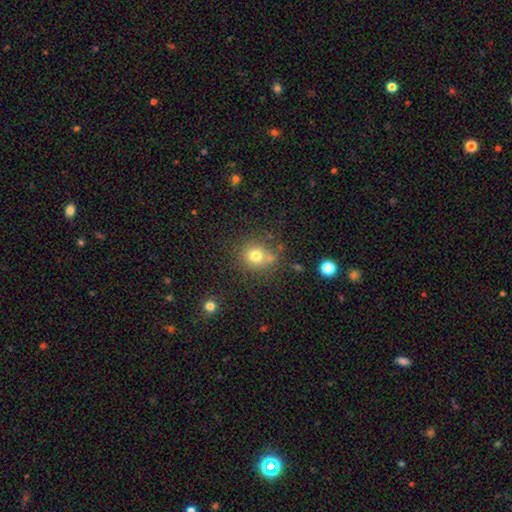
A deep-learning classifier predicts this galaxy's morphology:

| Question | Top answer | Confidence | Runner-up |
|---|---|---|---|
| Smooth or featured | smooth | 76% | star or artifact (15%) |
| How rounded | round | 82% | in between (17%) |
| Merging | none | 69% | minor disturbance (15%) |